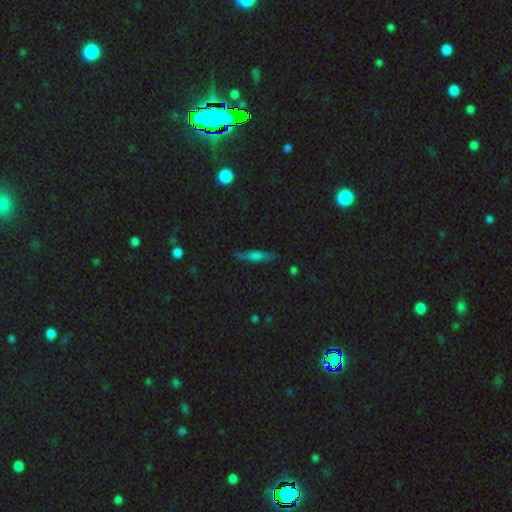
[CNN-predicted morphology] This appears to be a smooth galaxy with no disk features (50%). Merging: none (82%).